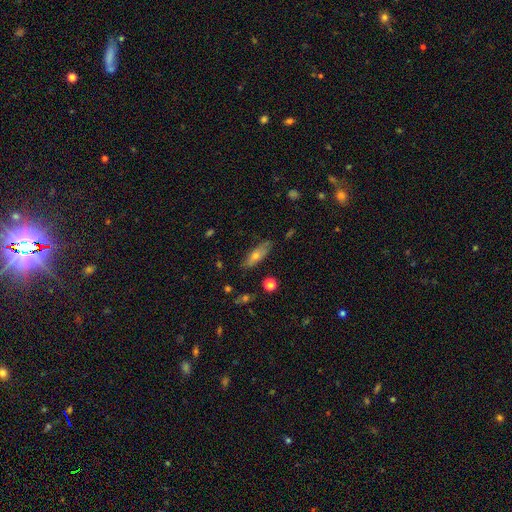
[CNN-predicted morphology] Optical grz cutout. It shows a smooth galaxy with no disk features (52%) that is cigar-shaped (51%). Merging: none (80%).